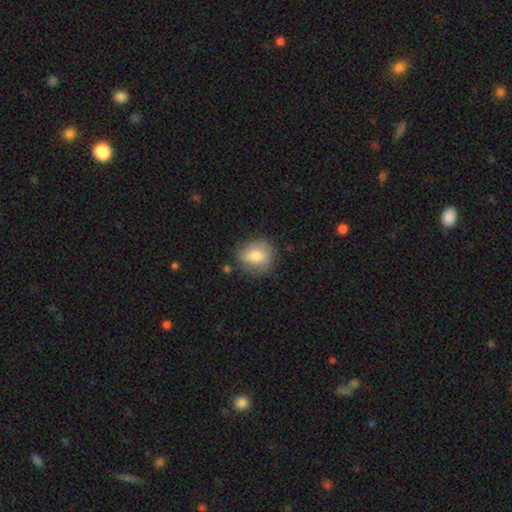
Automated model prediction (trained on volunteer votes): This appears to be a smooth galaxy with no disk features (70%) that is round (66%). Merging: none (70%).